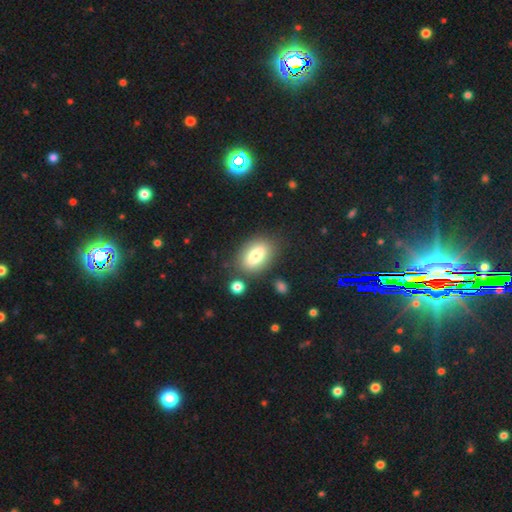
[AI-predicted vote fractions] smooth-or-featured: smooth: 77% | featured or disk: 15% | star or artifact: 8%
  how-rounded: in between: 86% | round: 11% | cigar-shaped: 3%
  merging: none: 78% | minor disturbance: 11% | merger: 6% | major disturbance: 4%